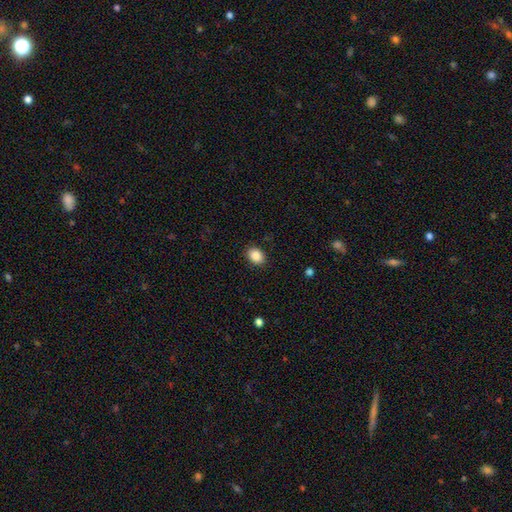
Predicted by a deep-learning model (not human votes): smooth 87%, star or artifact 8%, featured or disk 5%. Down the decision tree: how rounded — in between (65%); merging — none (89%).